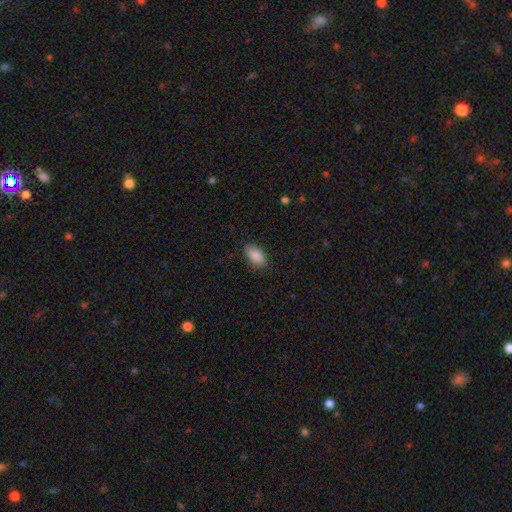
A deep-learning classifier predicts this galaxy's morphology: Q: Smooth or featured?
A: smooth (88%); runner-up: star or artifact (7%)
Q: How rounded?
A: in between (92%); runner-up: round (4%)
Q: Merging?
A: none (83%); runner-up: minor disturbance (13%)